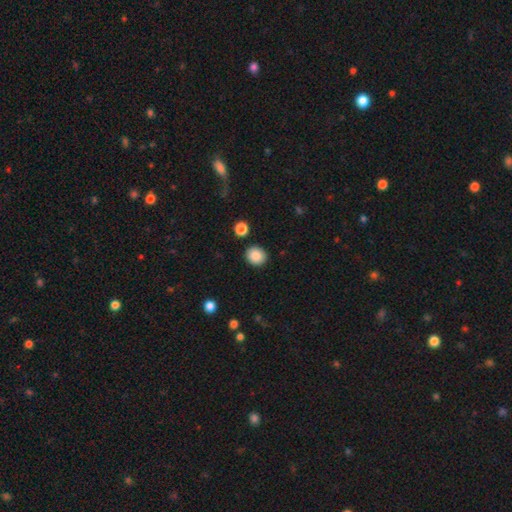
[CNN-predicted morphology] The model was most divided on "how rounded": round: 82%, in between: 17%, cigar-shaped: 1%. More confident: merging — none (89%); smooth or featured — smooth (88%).